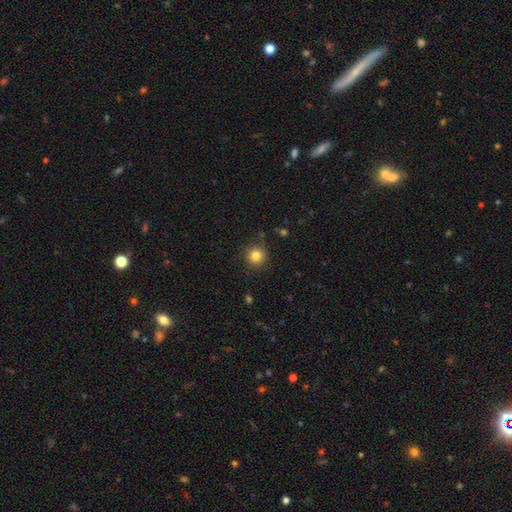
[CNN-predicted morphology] This is clearly a smooth galaxy (82%). How rounded: clearly round (94%). Merging: clearly none (86%).